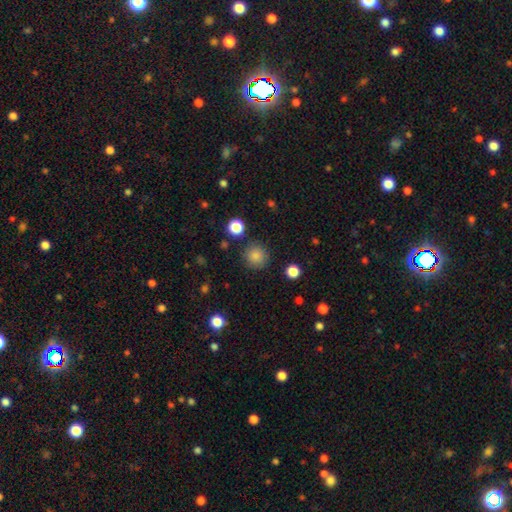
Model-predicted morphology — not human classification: type=smooth (85%); roundness=round (93%); merging=none (87%).